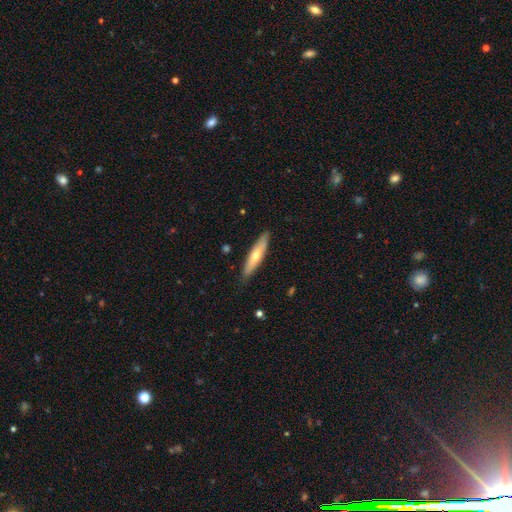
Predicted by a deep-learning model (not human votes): This appears to be a smooth galaxy with no disk features (53%) that is cigar-shaped (79%). Merging: none (86%).